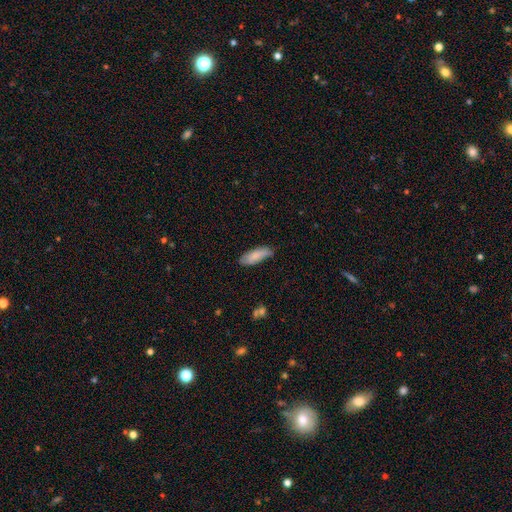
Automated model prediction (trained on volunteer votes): Smooth or featured?
  - smooth: 83% *
  - featured or disk: 11%
  - star or artifact: 6%
How rounded?
  - in between: 65% *
  - cigar-shaped: 34%
  - round: 2%
Merging?
  - none: 68% *
  - minor disturbance: 26%
  - major disturbance: 4%
  - merger: 2%